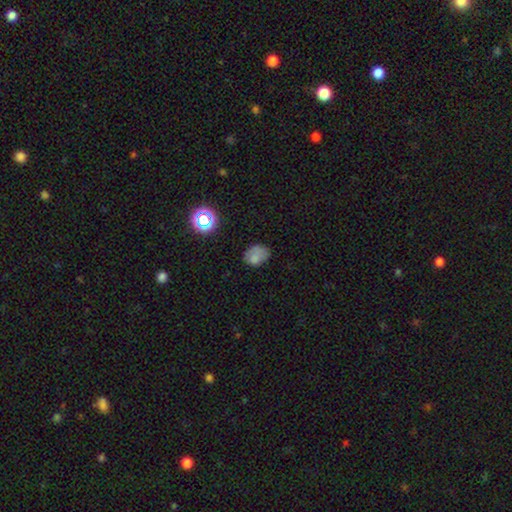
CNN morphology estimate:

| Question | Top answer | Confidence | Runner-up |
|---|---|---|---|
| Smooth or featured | smooth | 73% | star or artifact (15%) |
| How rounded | in between | 64% | round (35%) |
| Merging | none | 57% | minor disturbance (28%) |